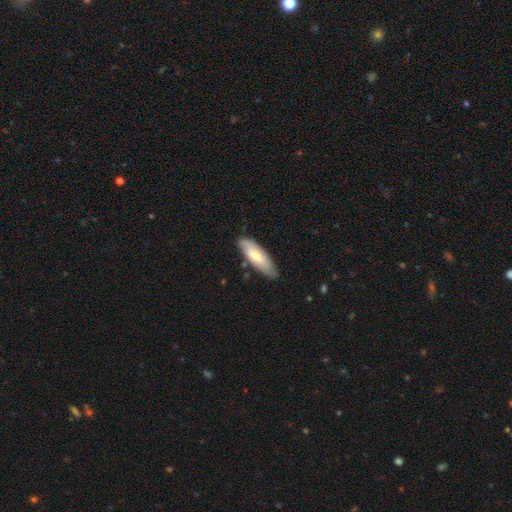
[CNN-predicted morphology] This appears to be a smooth galaxy with no disk features (63%) that is in between round and cigar-shaped (60%). Merging: none (79%).